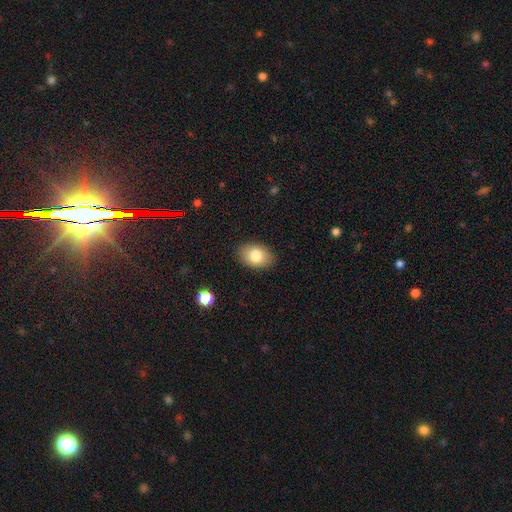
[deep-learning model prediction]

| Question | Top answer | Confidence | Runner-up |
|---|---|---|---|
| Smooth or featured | smooth | 80% | featured or disk (12%) |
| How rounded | in between | 81% | round (18%) |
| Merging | none | 88% | minor disturbance (9%) |